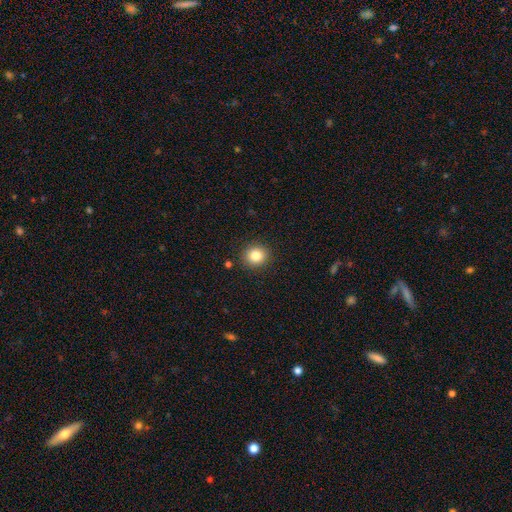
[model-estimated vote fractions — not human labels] This is clearly a smooth galaxy (83%). How rounded: clearly round (85%). Merging: clearly none (90%).